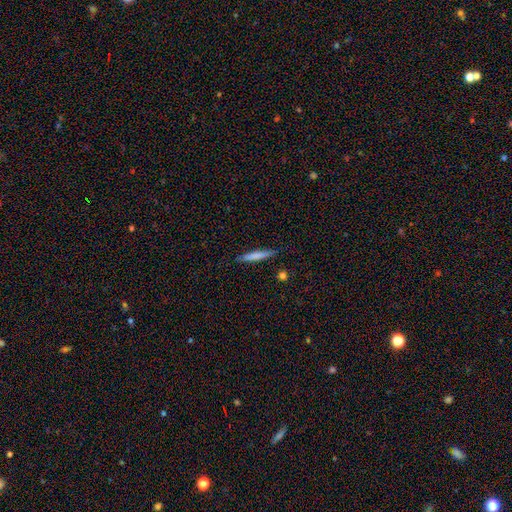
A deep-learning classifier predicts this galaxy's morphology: This is likely a smooth galaxy (72%). How rounded: clearly cigar-shaped (94%). Merging: clearly none (88%).